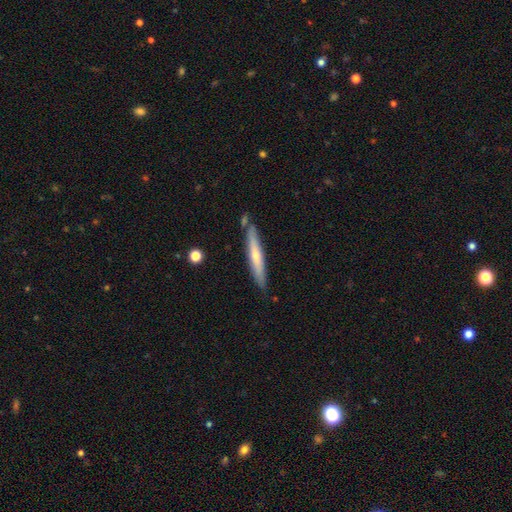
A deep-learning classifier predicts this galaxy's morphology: Smooth or featured? smooth (48%)
Merging? none (81%)